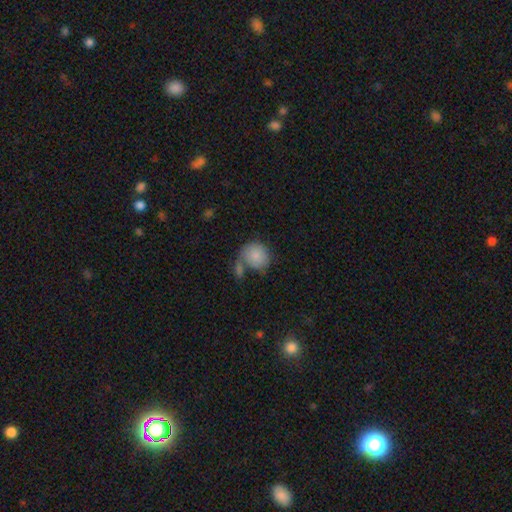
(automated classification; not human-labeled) Q: Smooth or featured?
A: smooth (85%); runner-up: featured or disk (9%)
Q: How rounded?
A: round (77%); runner-up: in between (22%)
Q: Merging?
A: none (45%); runner-up: merger (29%)